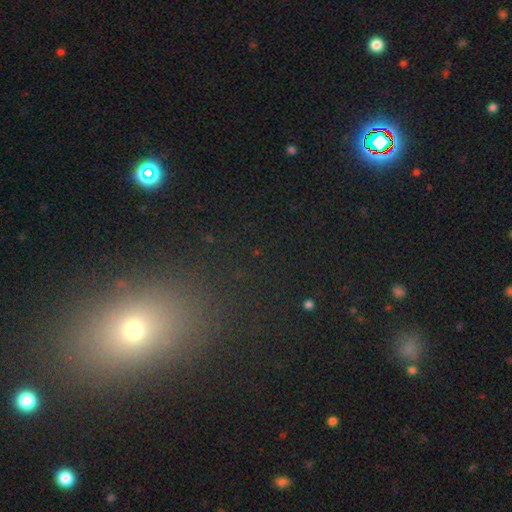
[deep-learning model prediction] Morphology: type=star or artifact (48%).